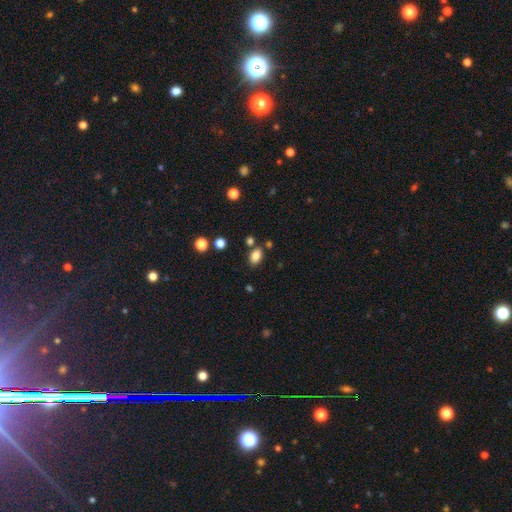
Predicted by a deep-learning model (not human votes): Q: Smooth or featured?
A: smooth (83%); runner-up: star or artifact (11%)
Q: How rounded?
A: in between (82%); runner-up: round (17%)
Q: Merging?
A: none (78%); runner-up: minor disturbance (12%)